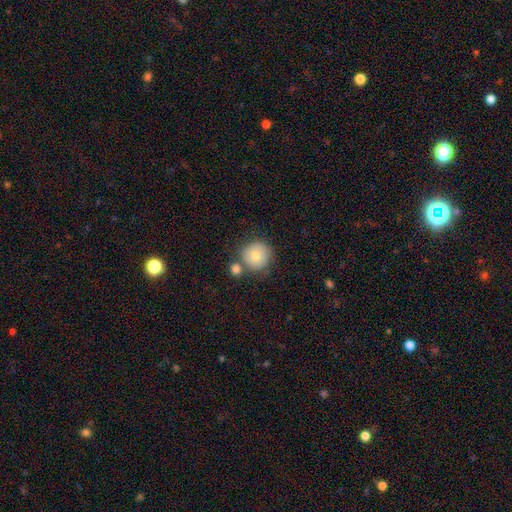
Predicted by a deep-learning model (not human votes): smooth_or_featured: smooth (p=0.78) [alt: featured or disk p=0.13]
how_rounded: round (p=0.93) [alt: in between p=0.06]
merging: none (p=0.64) [alt: merger p=0.20]